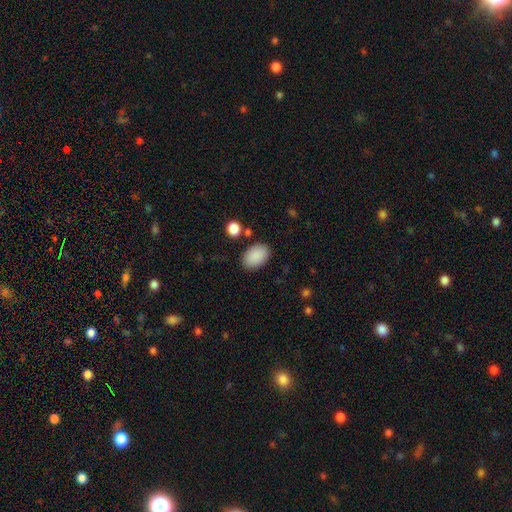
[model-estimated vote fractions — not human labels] Overall: smooth (90%). How rounded: in between (90%). Merging: none (85%).